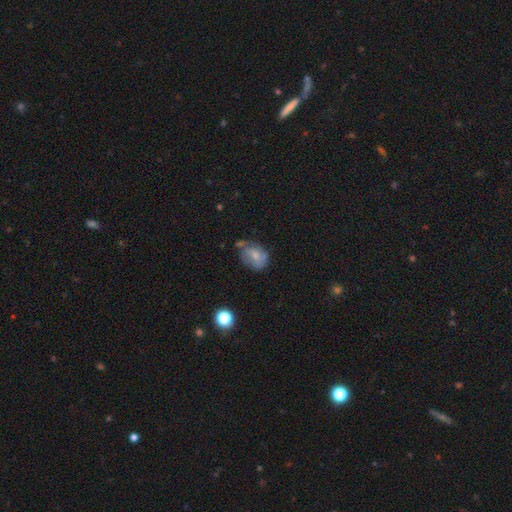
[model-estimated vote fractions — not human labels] Smooth or featured? Predicted: smooth (p=0.52). How rounded? Predicted: in between (p=0.64). Merging? Predicted: none (p=0.44).